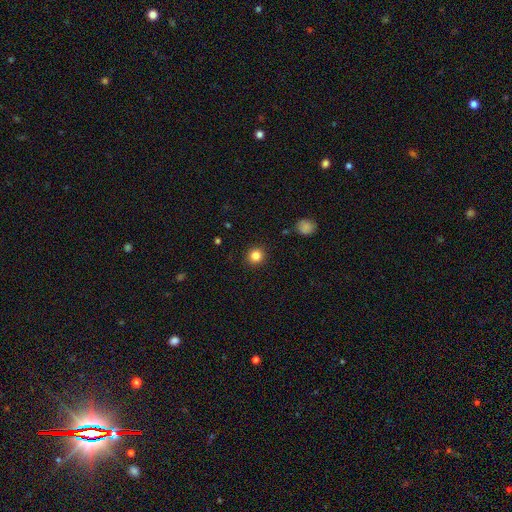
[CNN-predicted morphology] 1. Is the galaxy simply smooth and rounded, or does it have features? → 84% smooth, 12% star or artifact, 4% featured or disk.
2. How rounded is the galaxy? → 92% round, 7% in between, 1% cigar-shaped.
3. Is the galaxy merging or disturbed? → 91% none, 5% minor disturbance, 2% major disturbance, 1% merger.